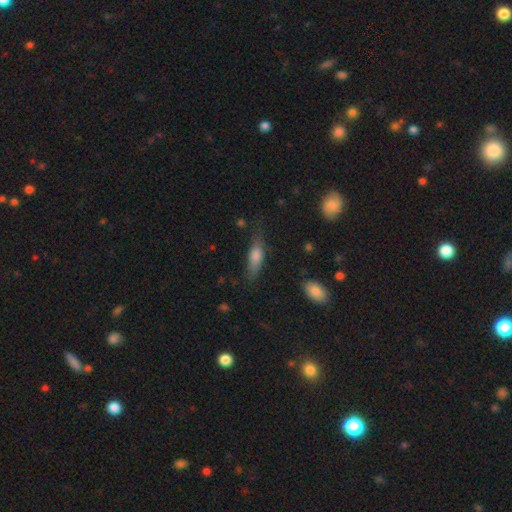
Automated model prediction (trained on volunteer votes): The model was most divided on "how rounded": in between: 53%, cigar-shaped: 44%, round: 3%. More confident: smooth or featured — smooth (70%); merging — none (60%).